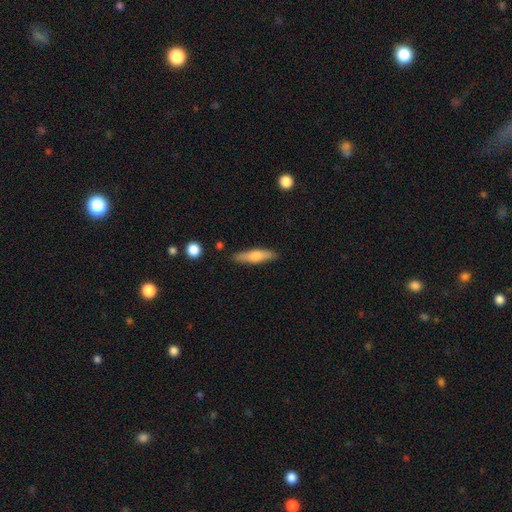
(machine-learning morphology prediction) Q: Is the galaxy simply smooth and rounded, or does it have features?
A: smooth — 60%.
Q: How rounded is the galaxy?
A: cigar-shaped — 76%.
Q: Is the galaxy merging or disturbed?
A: none — 85%.